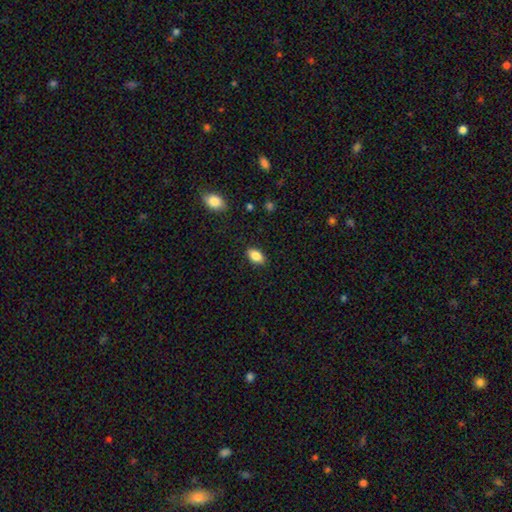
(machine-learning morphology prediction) Q: Smooth or featured?
A: smooth (85%); runner-up: star or artifact (8%)
Q: How rounded?
A: in between (91%); runner-up: round (6%)
Q: Merging?
A: none (87%); runner-up: minor disturbance (9%)